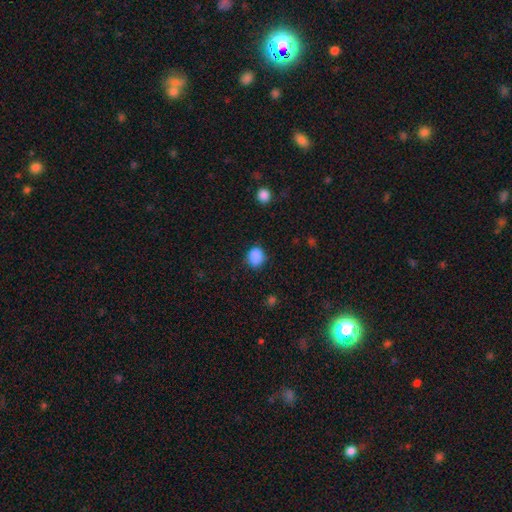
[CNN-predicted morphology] Smooth or featured? Predicted: smooth (p=0.85). How rounded? Predicted: round (p=0.55). Merging? Predicted: none (p=0.63).